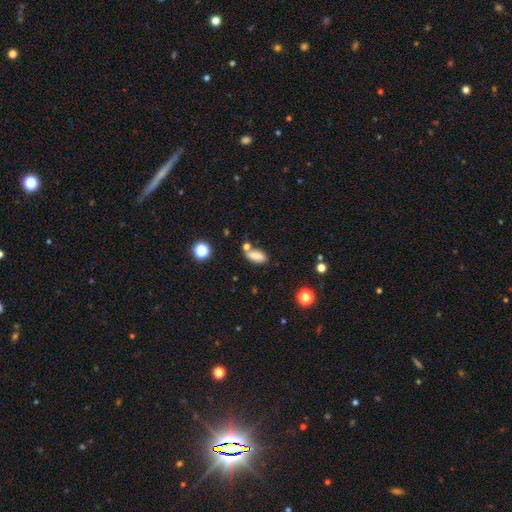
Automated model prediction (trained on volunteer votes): smooth 81%, star or artifact 10%, featured or disk 8%. Down the decision tree: how rounded — in between (84%); merging — none (58%).